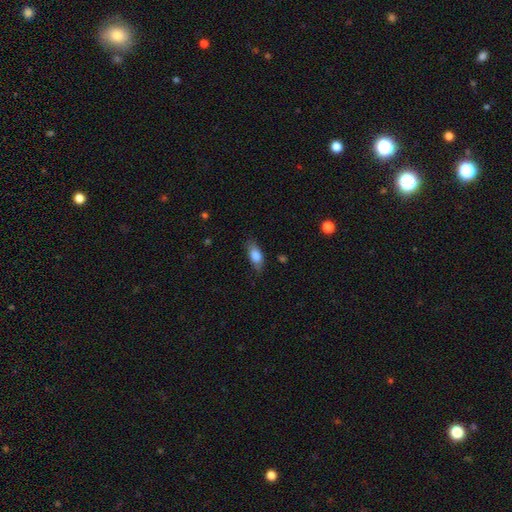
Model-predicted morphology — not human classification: smooth-or-featured: smooth: 79% | featured or disk: 14% | star or artifact: 7%
  how-rounded: in between: 80% | cigar-shaped: 16% | round: 4%
  merging: none: 75% | minor disturbance: 19% | major disturbance: 5% | merger: 1%